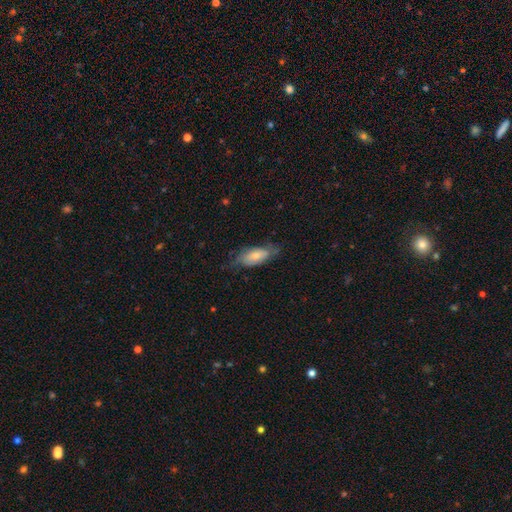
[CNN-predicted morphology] The model was most divided on "merging": none: 54%, minor disturbance: 32%, major disturbance: 12%, merger: 2%. More confident: how rounded — in between (83%); smooth or featured — smooth (65%).